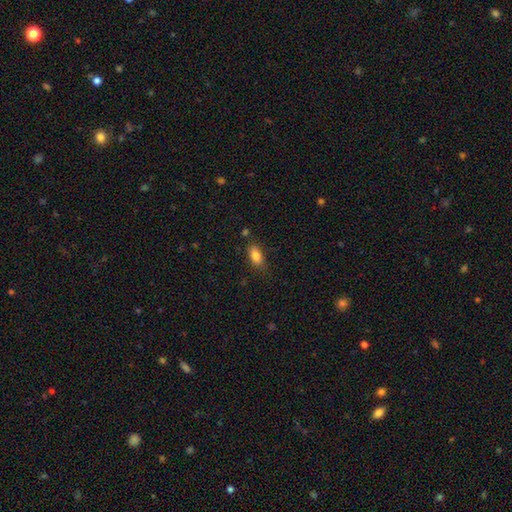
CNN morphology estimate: Smooth or featured? Predicted: smooth (p=0.84). How rounded? Predicted: in between (p=0.88). Merging? Predicted: none (p=0.76).